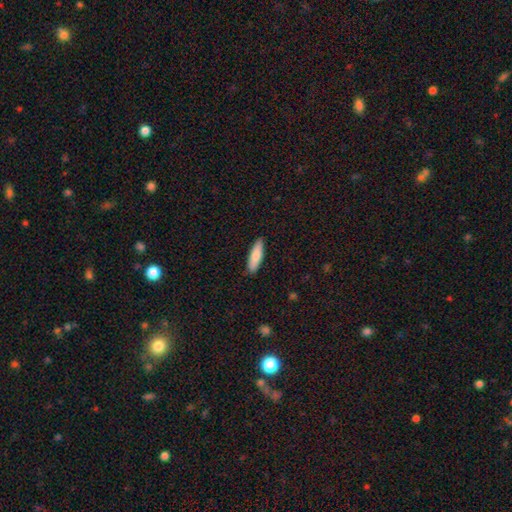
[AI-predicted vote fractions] Smooth or featured?
  - smooth: 82% *
  - featured or disk: 12%
  - star or artifact: 5%
How rounded?
  - cigar-shaped: 63% *
  - in between: 35%
  - round: 2%
Merging?
  - none: 88% *
  - minor disturbance: 9%
  - major disturbance: 2%
  - merger: 1%